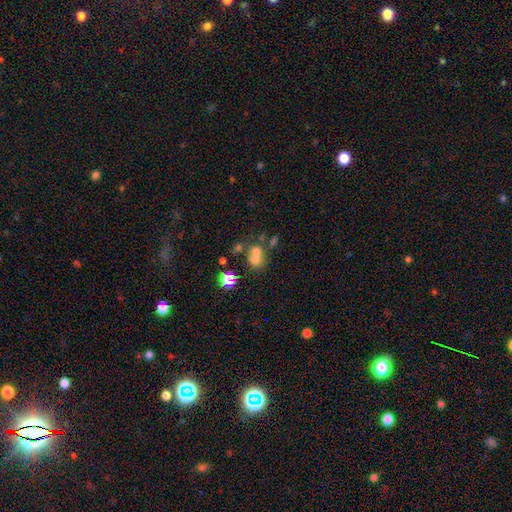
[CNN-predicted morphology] This appears to be a smooth galaxy with no disk features (61%) that is round (53%). Merging: merger (54%).